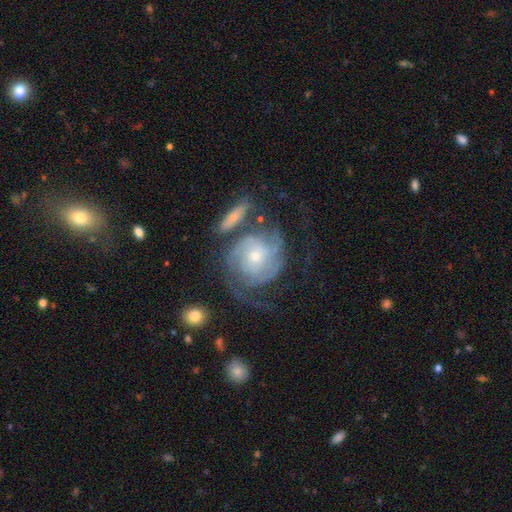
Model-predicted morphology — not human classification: smooth-or-featured: featured or disk: 84% | smooth: 10% | star or artifact: 6%
  disk-edge-on: no: 97% | yes: 3%
    bar: no: 73% | weak: 22% | strong: 5%
    has-spiral-arms: yes: 95% | no: 5%
      spiral-winding: tight: 58% | medium: 31% | loose: 11%
      spiral-arm-count: 2: 42% | can't tell: 25% | 3: 17% | 4: 6% | 1: 6% | more than 4: 5%
    bulge-size: small: 65% | moderate: 30% | large: 2% | none: 1% | dominant: 1%
  merging: none: 51% | minor disturbance: 18% | major disturbance: 18% | merger: 13%